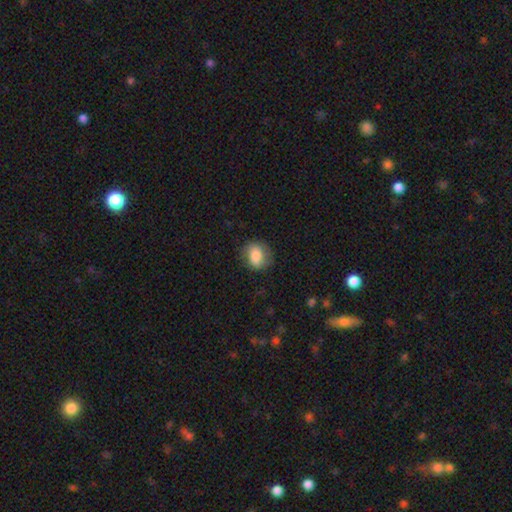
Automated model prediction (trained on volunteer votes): Morphology: type=smooth (79%); roundness=round (50%); merging=none (74%).